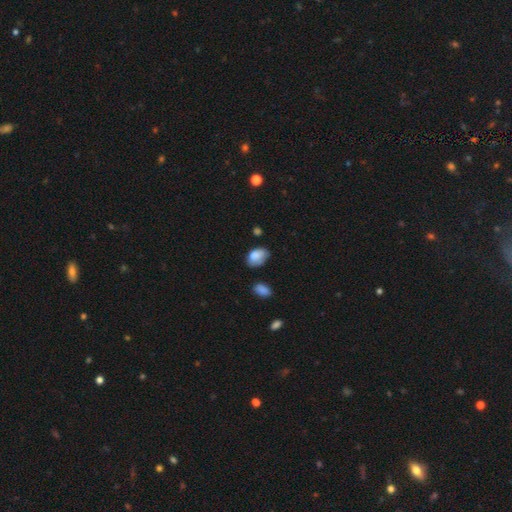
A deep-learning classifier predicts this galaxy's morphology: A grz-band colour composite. It shows a smooth galaxy with no disk features (83%) that is in between round and cigar-shaped (86%). Merging: none (48%).